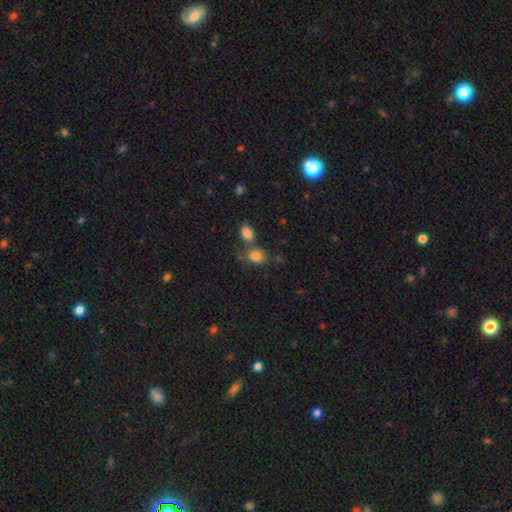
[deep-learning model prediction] Q: Smooth or featured?
A: smooth (81%); runner-up: star or artifact (11%)
Q: How rounded?
A: in between (62%); runner-up: round (37%)
Q: Merging?
A: none (48%); runner-up: merger (32%)